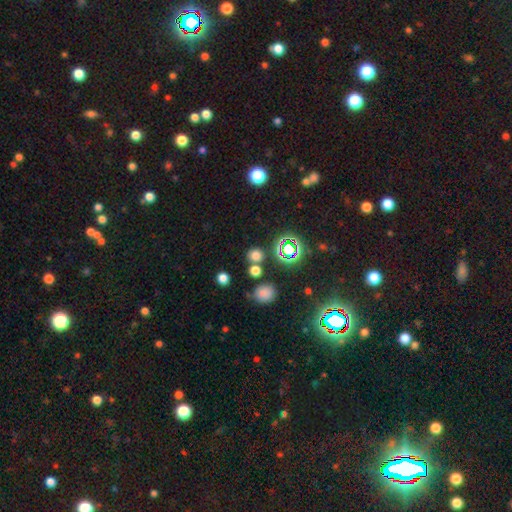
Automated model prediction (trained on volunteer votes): smooth_or_featured: smooth (p=0.64) [alt: star or artifact p=0.29]
how_rounded: round (p=0.85) [alt: in between p=0.14]
merging: none (p=0.76) [alt: merger p=0.13]